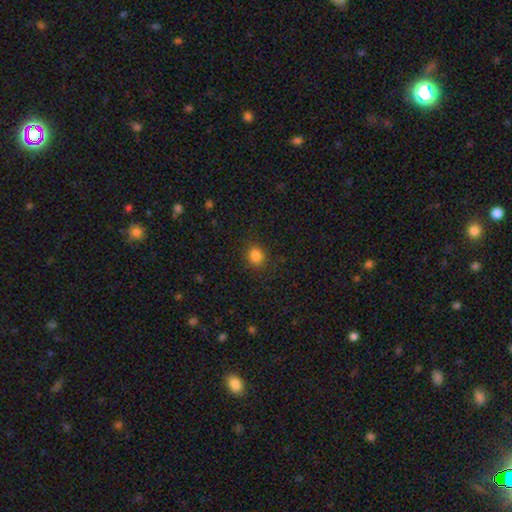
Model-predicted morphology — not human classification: Smooth or featured: smooth — 85% (star or artifact — 12%)
How rounded: round — 69% (in between — 30%)
Merging: none — 87% (minor disturbance — 9%)